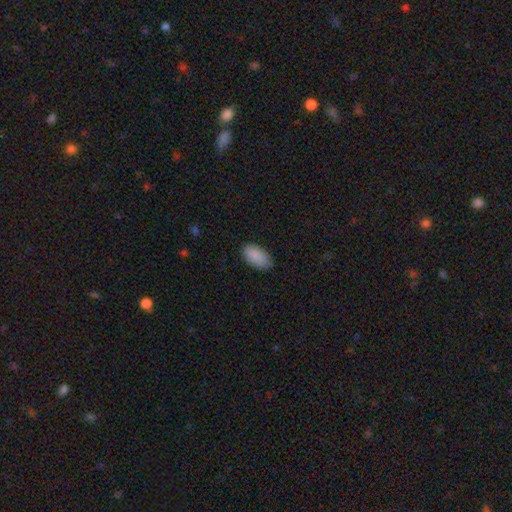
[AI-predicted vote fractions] A smooth galaxy with no disk features (89%) that is in between round and cigar-shaped (94%).

Vote fractions:
- Smooth or featured? smooth: 89% / star or artifact: 7% / featured or disk: 4%
- How rounded? in between: 94% / round: 3% / cigar-shaped: 2%
- Merging? none: 79% / minor disturbance: 17% / major disturbance: 3% / merger: 1%